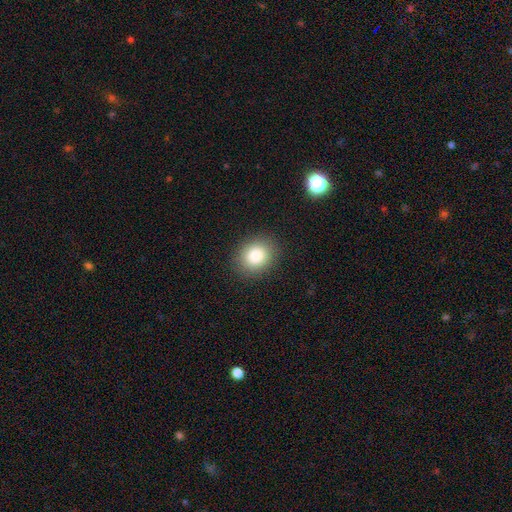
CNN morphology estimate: A smooth galaxy with no disk features (84%) that is round (64%).

Vote fractions:
- Smooth or featured? smooth: 84% / star or artifact: 10% / featured or disk: 6%
- How rounded? round: 64% / in between: 35% / cigar-shaped: 1%
- Merging? none: 89% / minor disturbance: 7% / major disturbance: 3% / merger: 1%